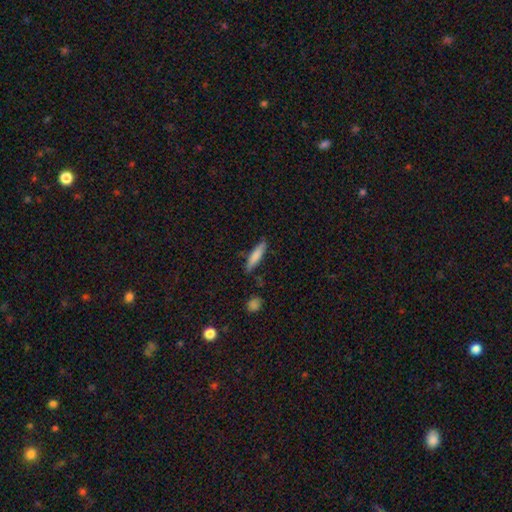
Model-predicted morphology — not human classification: smooth-or-featured: smooth: 79% | featured or disk: 15% | star or artifact: 6%
  how-rounded: cigar-shaped: 80% | in between: 19% | round: 2%
  merging: none: 83% | minor disturbance: 13% | major disturbance: 2% | merger: 2%